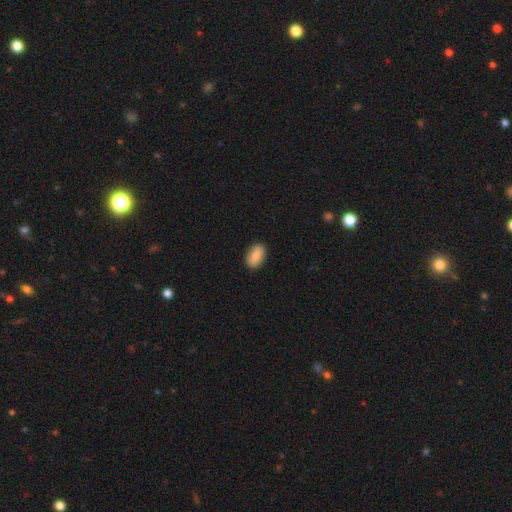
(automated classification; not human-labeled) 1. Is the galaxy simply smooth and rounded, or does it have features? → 82% smooth, 12% featured or disk, 7% star or artifact.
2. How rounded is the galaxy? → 90% in between, 7% round, 3% cigar-shaped.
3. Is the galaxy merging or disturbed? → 88% none, 9% minor disturbance, 2% major disturbance, 1% merger.